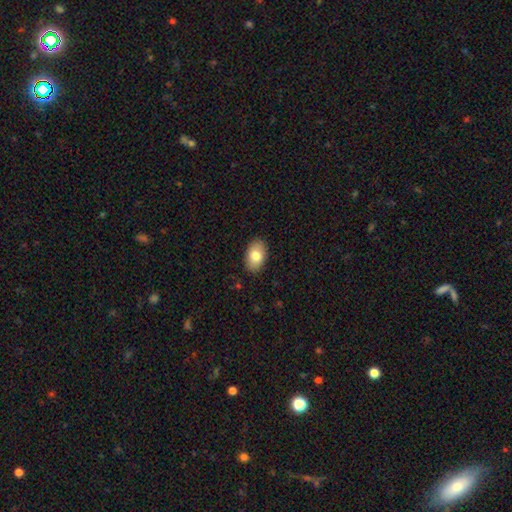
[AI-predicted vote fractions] A smooth galaxy with no disk features (79%) that is in between round and cigar-shaped (90%).

Vote fractions:
- Smooth or featured? smooth: 79% / featured or disk: 14% / star or artifact: 7%
- How rounded? in between: 90% / round: 8% / cigar-shaped: 1%
- Merging? none: 88% / minor disturbance: 9% / major disturbance: 2% / merger: 1%